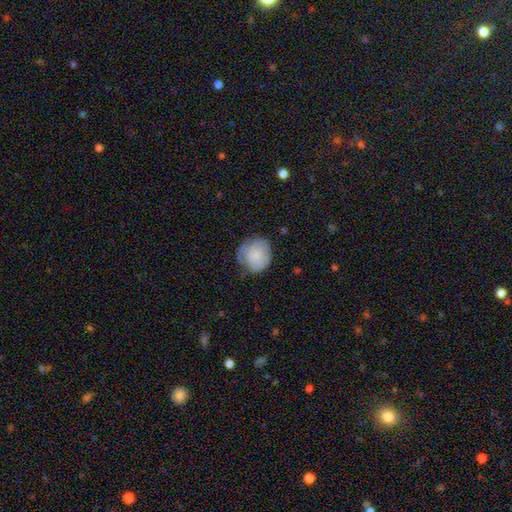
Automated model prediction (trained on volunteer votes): Smooth or featured: smooth — 70% (featured or disk — 23%)
How rounded: round — 80% (in between — 19%)
Merging: none — 58% (minor disturbance — 30%)